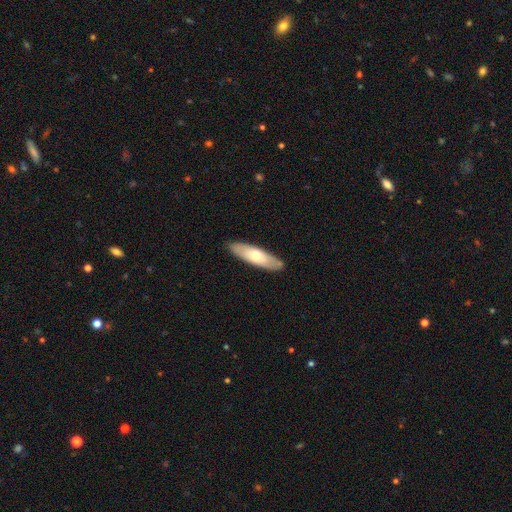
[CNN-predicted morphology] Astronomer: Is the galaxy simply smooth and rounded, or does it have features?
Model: smooth — 60%.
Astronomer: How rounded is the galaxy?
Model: cigar-shaped — 56% (runner-up: in between, 42%).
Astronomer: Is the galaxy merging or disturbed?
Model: none — 87%.